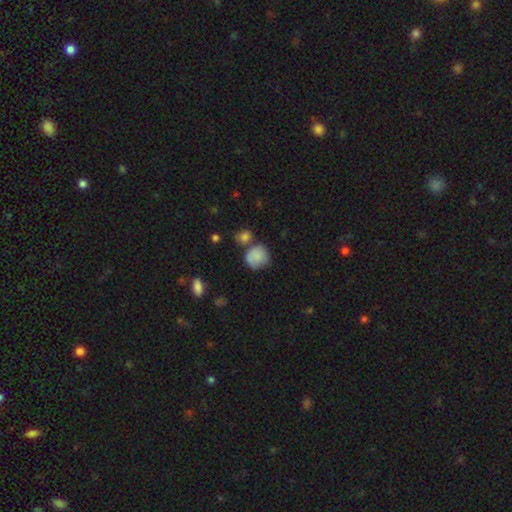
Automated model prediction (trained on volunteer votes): Smooth or featured?
  - smooth: 81% *
  - featured or disk: 10%
  - star or artifact: 9%
How rounded?
  - round: 78% *
  - in between: 21%
  - cigar-shaped: 1%
Merging?
  - none: 49% *
  - minor disturbance: 24%
  - merger: 18%
  - major disturbance: 9%